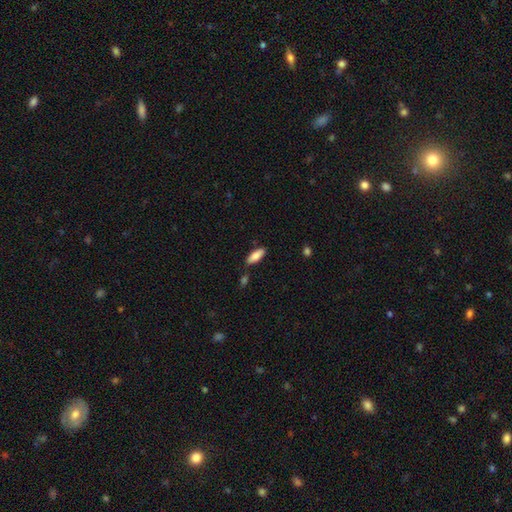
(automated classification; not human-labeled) Smooth or featured? Predicted: smooth (p=0.84). How rounded? Predicted: in between (p=0.70). Merging? Predicted: none (p=0.82).